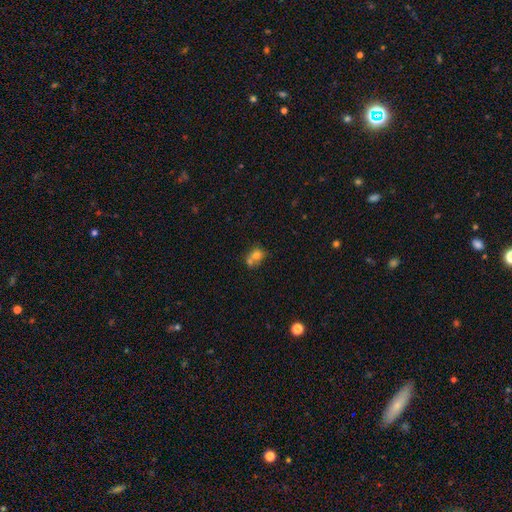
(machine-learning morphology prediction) smooth 70%, featured or disk 17%, star or artifact 13%. Down the decision tree: how rounded — round (64%); merging — merger (55%).